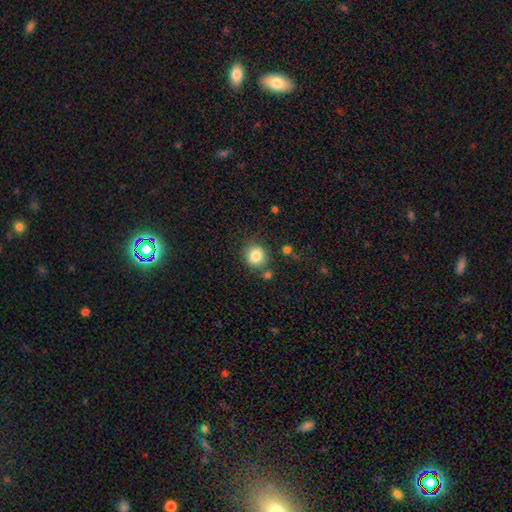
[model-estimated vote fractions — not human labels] Smooth or featured? smooth (84%)
How rounded? round (87%)
Merging? none (80%)